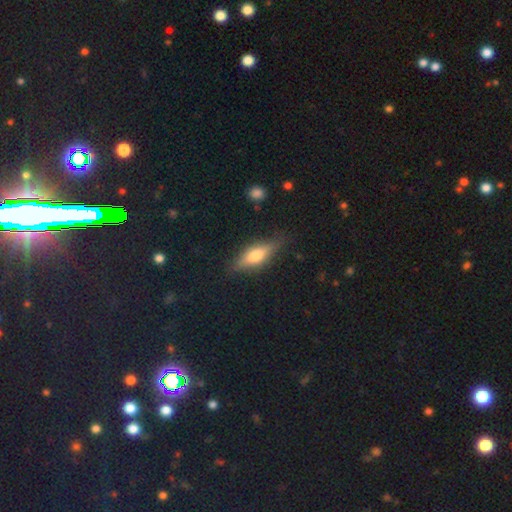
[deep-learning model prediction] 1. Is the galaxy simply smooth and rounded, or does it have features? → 52% smooth, 40% featured or disk, 8% star or artifact.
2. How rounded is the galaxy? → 55% in between, 41% cigar-shaped, 4% round.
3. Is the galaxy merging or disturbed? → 80% none, 15% minor disturbance, 4% major disturbance, 1% merger.